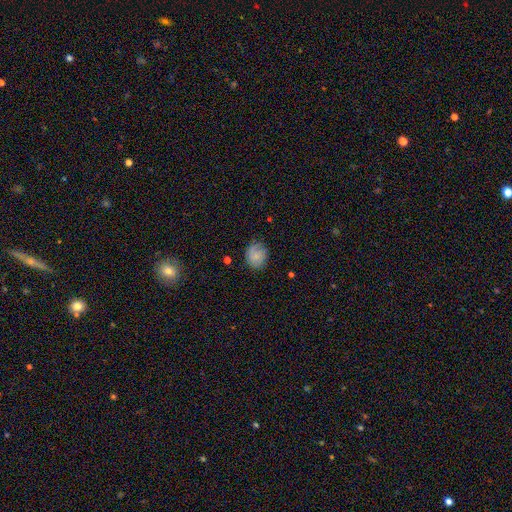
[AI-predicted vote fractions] This appears to be a smooth galaxy with no disk features (68%) that is round (66%). Merging: none (73%).